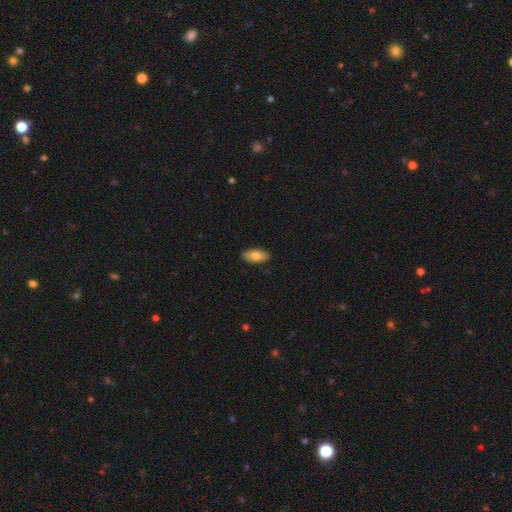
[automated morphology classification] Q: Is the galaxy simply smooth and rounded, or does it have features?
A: smooth — 77%.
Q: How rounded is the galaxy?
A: in between — 90%.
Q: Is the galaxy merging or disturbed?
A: none — 89%.